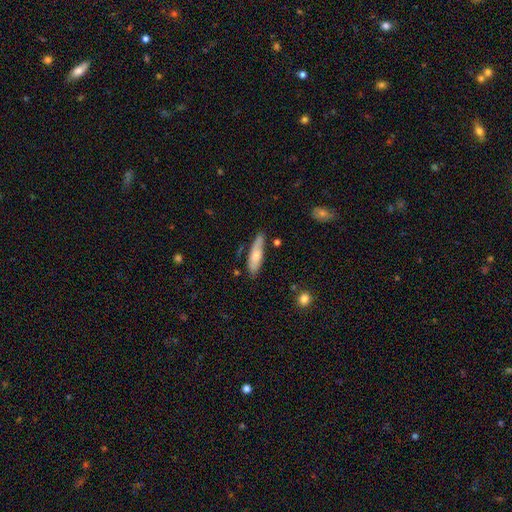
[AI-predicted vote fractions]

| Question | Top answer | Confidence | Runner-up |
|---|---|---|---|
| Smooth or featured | smooth | 66% | featured or disk (28%) |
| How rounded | cigar-shaped | 55% | in between (43%) |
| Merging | none | 66% | minor disturbance (24%) |